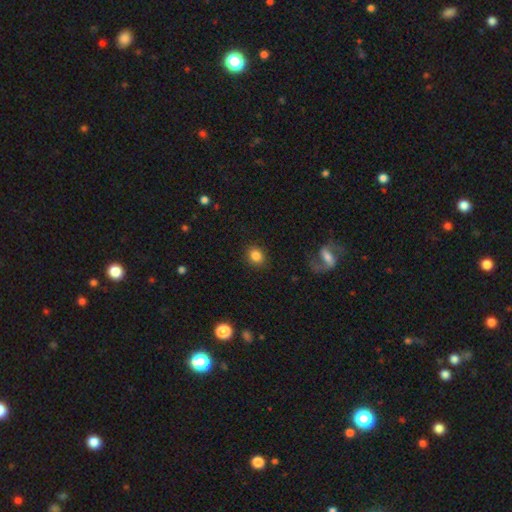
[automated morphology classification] Smooth or featured? smooth (84%)
How rounded? round (67%)
Merging? none (88%)